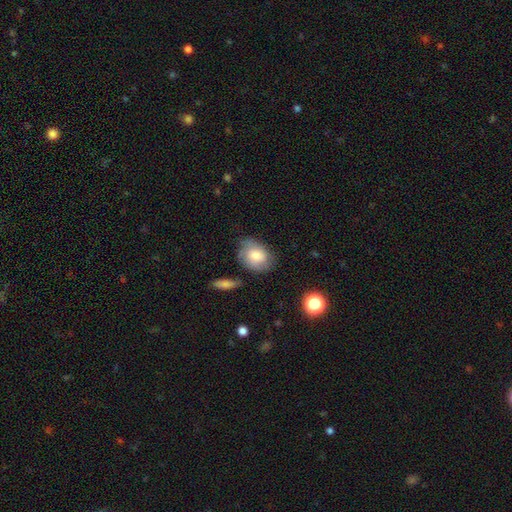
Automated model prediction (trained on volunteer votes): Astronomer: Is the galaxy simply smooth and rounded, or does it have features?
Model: smooth — 56% (runner-up: featured or disk, 36%).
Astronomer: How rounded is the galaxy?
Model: in between — 66%.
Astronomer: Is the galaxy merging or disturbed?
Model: none — 64%.